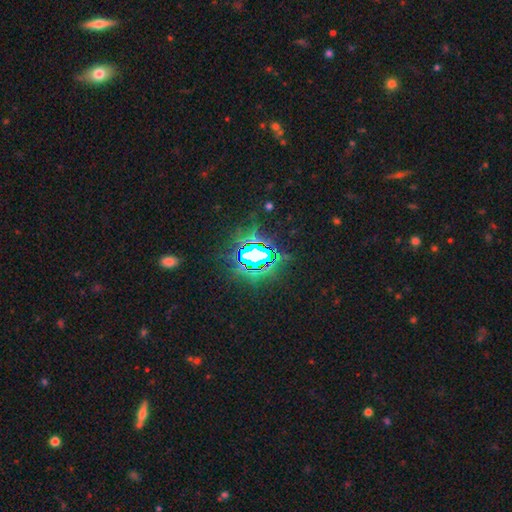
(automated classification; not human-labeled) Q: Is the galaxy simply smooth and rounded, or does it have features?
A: star or artifact — 80%.